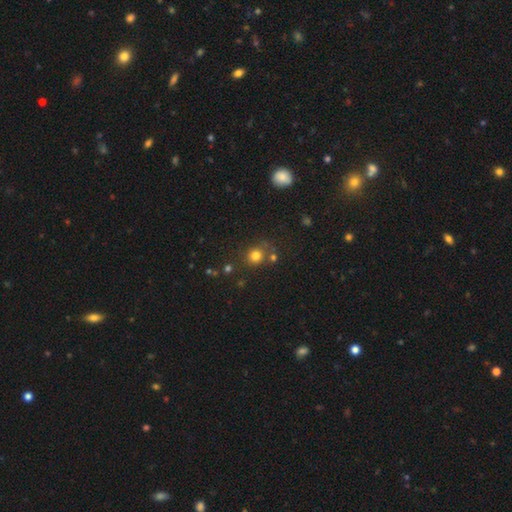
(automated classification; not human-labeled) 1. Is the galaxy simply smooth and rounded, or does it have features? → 77% smooth, 16% star or artifact, 7% featured or disk.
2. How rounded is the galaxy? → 86% round, 13% in between, 1% cigar-shaped.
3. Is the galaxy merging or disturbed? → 70% none, 14% merger, 12% minor disturbance, 5% major disturbance.